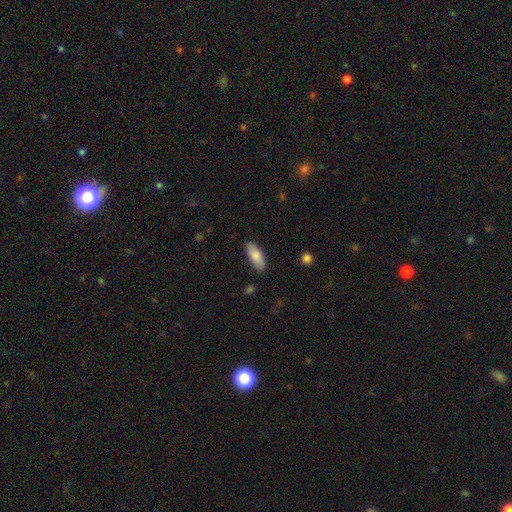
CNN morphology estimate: Smooth or featured? Predicted: smooth (p=0.85). How rounded? Predicted: in between (p=0.78). Merging? Predicted: none (p=0.85).